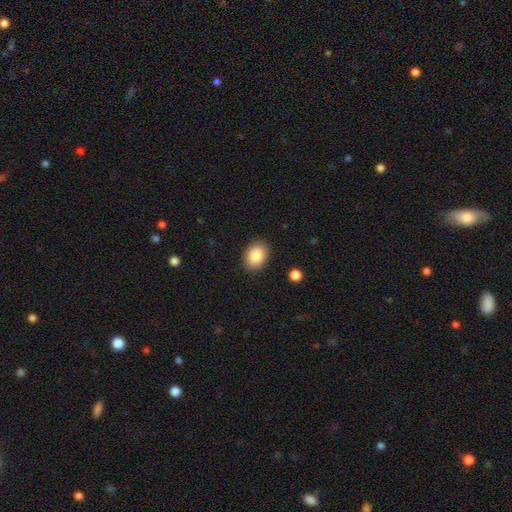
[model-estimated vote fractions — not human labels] Smooth or featured?
  - smooth: 87% *
  - star or artifact: 8%
  - featured or disk: 6%
How rounded?
  - in between: 66% *
  - round: 33%
  - cigar-shaped: 1%
Merging?
  - none: 88% *
  - minor disturbance: 9%
  - major disturbance: 2%
  - merger: 1%